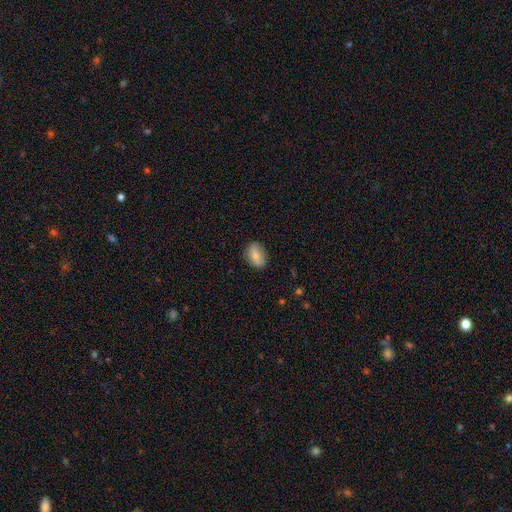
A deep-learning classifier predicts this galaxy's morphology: Q: Smooth or featured?
A: smooth (76%); runner-up: featured or disk (16%)
Q: How rounded?
A: in between (82%); runner-up: round (15%)
Q: Merging?
A: none (83%); runner-up: minor disturbance (13%)